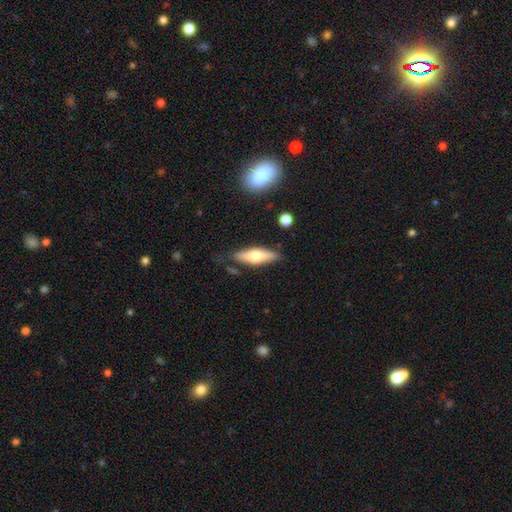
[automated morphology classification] A smooth galaxy with no disk features (52%) that is cigar-shaped (51%). Merging: none (81%).